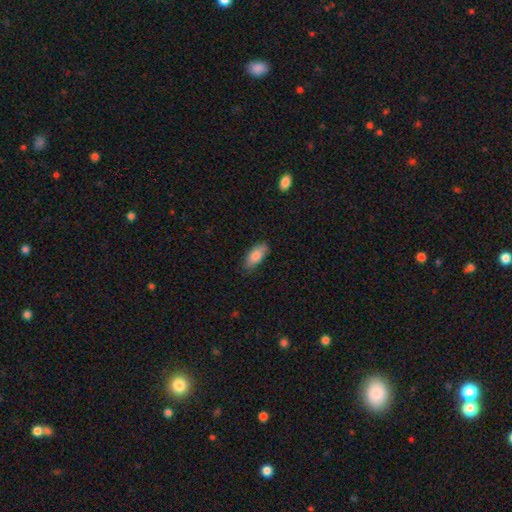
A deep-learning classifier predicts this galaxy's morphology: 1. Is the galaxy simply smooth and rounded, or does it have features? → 83% smooth, 11% featured or disk, 6% star or artifact.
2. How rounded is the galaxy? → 84% in between, 14% cigar-shaped, 2% round.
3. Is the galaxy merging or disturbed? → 79% none, 17% minor disturbance, 3% major disturbance, 1% merger.